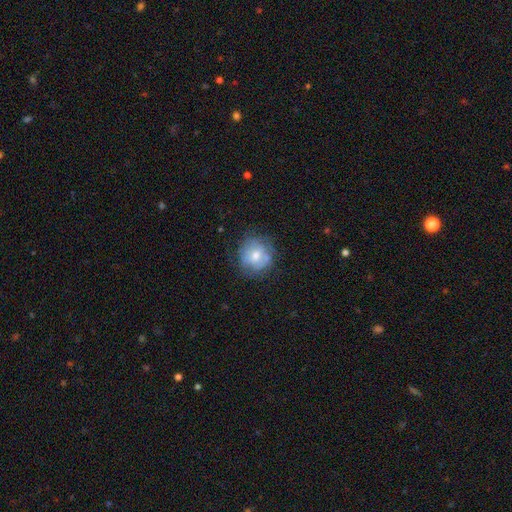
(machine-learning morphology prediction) Q: Smooth or featured?
A: smooth (59%); runner-up: featured or disk (33%)
Q: How rounded?
A: round (87%); runner-up: in between (12%)
Q: Merging?
A: none (66%); runner-up: minor disturbance (23%)